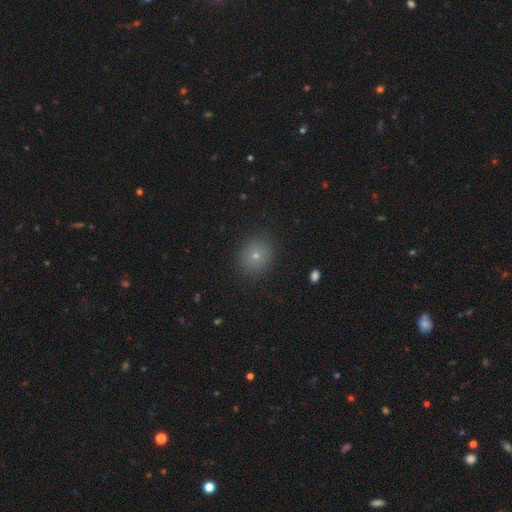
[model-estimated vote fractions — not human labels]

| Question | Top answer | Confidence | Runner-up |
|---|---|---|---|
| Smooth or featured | smooth | 73% | star or artifact (18%) |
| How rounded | round | 82% | in between (17%) |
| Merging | none | 89% | minor disturbance (8%) |